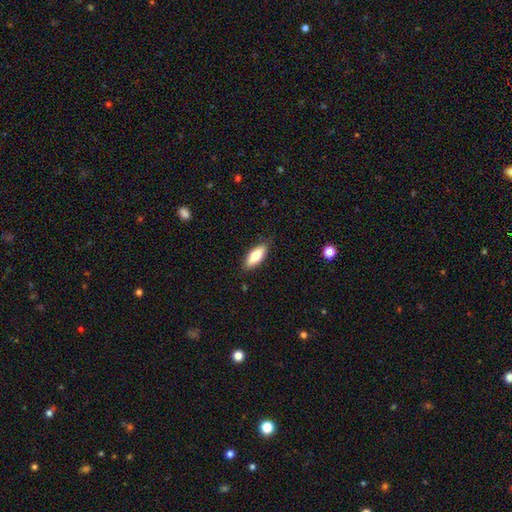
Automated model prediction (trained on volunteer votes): Smooth or featured? smooth (75%)
How rounded? in between (73%)
Merging? none (83%)